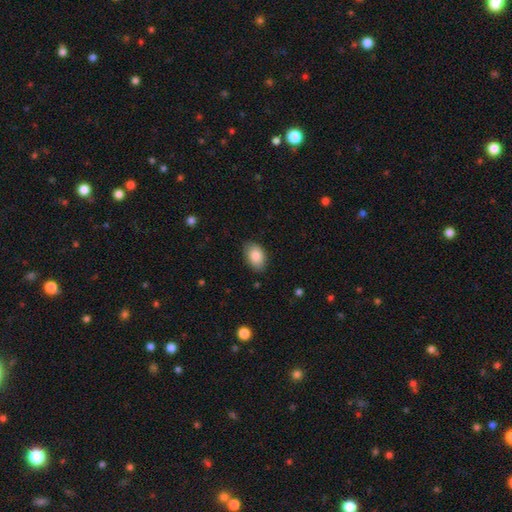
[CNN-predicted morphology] smooth-or-featured: smooth: 87% | star or artifact: 7% | featured or disk: 6%
  how-rounded: in between: 89% | round: 10% | cigar-shaped: 1%
  merging: none: 83% | minor disturbance: 13% | major disturbance: 3% | merger: 1%